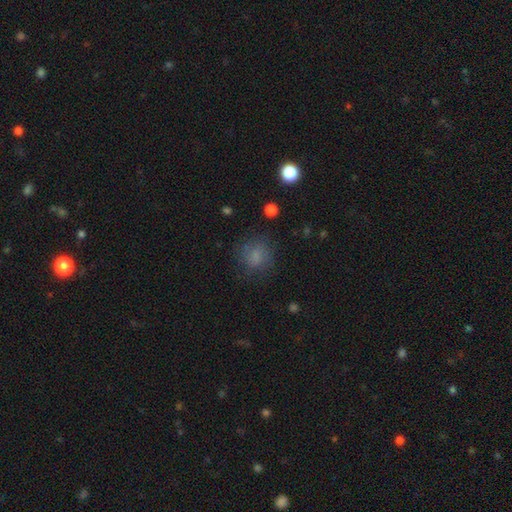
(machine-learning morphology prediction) Q: Smooth or featured?
A: smooth (73%); runner-up: star or artifact (15%)
Q: How rounded?
A: round (77%); runner-up: in between (22%)
Q: Merging?
A: none (72%); runner-up: minor disturbance (17%)